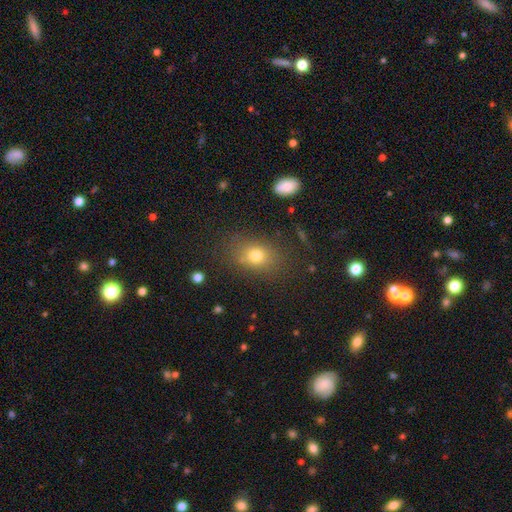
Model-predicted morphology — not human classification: This appears to be a smooth galaxy with no disk features (75%) that is in between round and cigar-shaped (61%). Merging: none (79%).